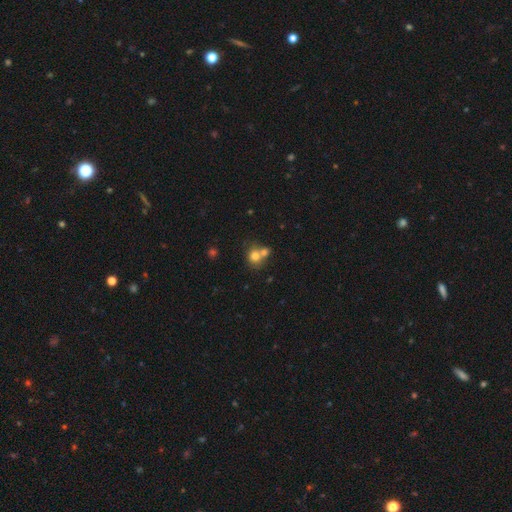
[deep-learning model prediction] This appears to be a smooth galaxy with no disk features (75%) that is round (81%). Merging: merger (50%).